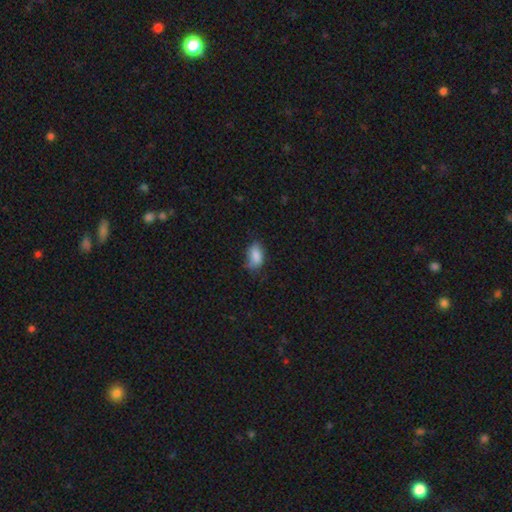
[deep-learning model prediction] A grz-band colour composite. It shows a smooth galaxy with no disk features (83%) that is in between round and cigar-shaped (89%). Merging: none (55%).